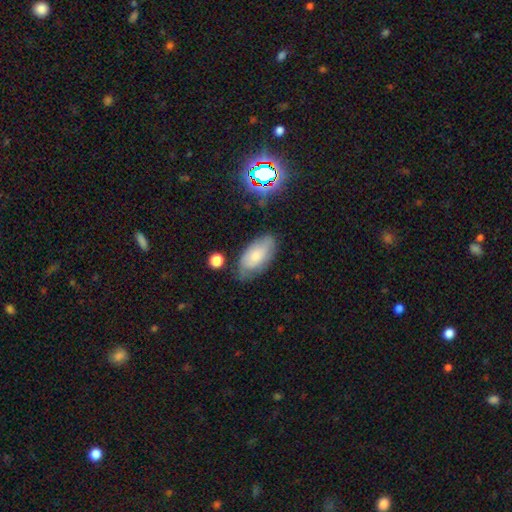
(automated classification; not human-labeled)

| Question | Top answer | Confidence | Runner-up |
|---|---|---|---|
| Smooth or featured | smooth | 63% | featured or disk (28%) |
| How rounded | in between | 92% | cigar-shaped (4%) |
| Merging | none | 64% | minor disturbance (26%) |